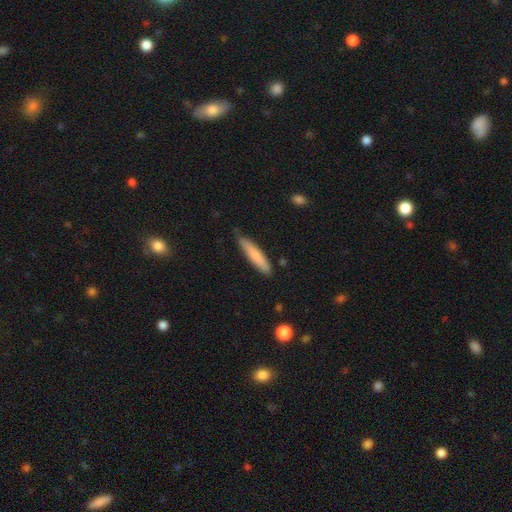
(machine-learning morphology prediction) A smooth galaxy with no disk features (77%) that is cigar-shaped (88%).

Vote fractions:
- Smooth or featured? smooth: 77% / featured or disk: 17% / star or artifact: 6%
- How rounded? cigar-shaped: 88% / in between: 10% / round: 1%
- Merging? none: 78% / minor disturbance: 18% / major disturbance: 2% / merger: 2%